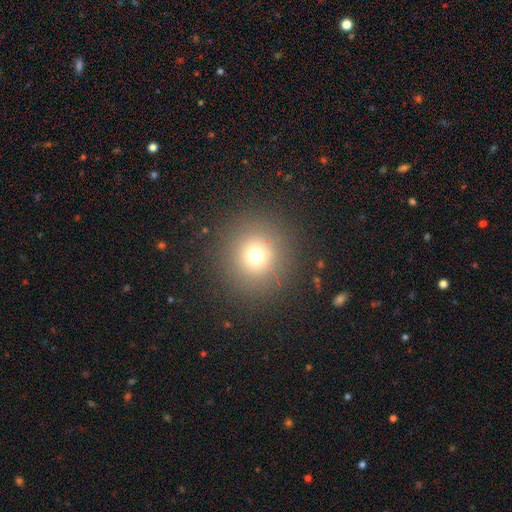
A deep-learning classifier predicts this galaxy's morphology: The model was most divided on "smooth or featured": smooth: 70%, star or artifact: 20%, featured or disk: 10%. More confident: how rounded — round (95%); merging — none (89%).